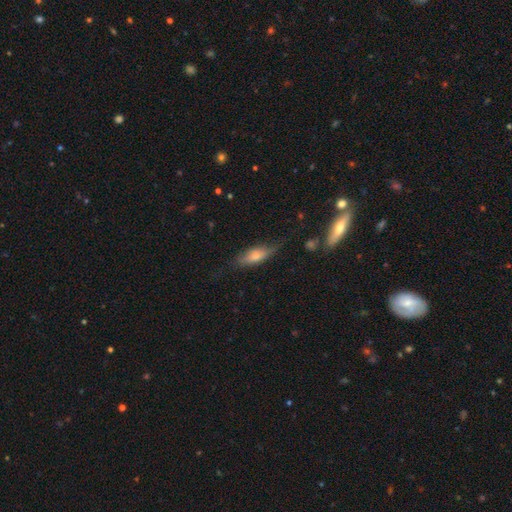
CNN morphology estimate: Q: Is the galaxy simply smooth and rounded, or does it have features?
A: smooth — 66%.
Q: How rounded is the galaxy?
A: in between — 64%.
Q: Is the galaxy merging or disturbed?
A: none — 61%.